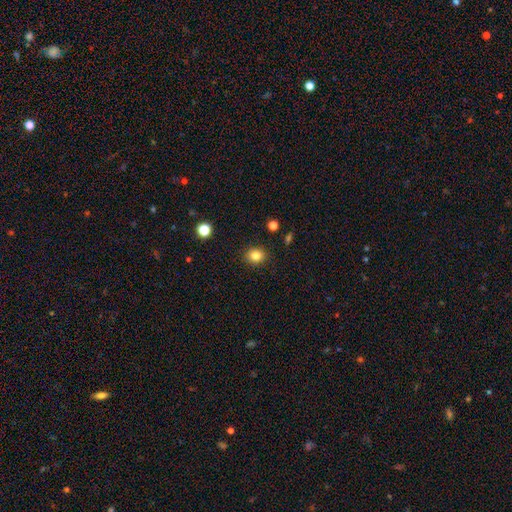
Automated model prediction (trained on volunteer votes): Overall: smooth (82%). How rounded: round (65%; in between 34%). Merging: none (90%).